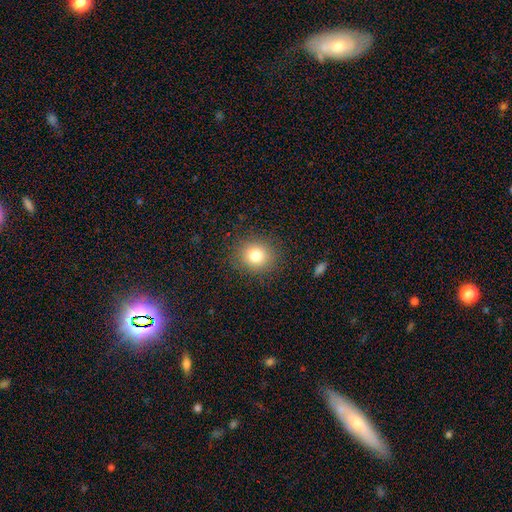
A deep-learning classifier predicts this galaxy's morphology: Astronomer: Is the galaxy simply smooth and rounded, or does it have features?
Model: smooth — 80%.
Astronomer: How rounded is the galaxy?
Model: round — 78%.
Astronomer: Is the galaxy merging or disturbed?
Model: none — 88%.